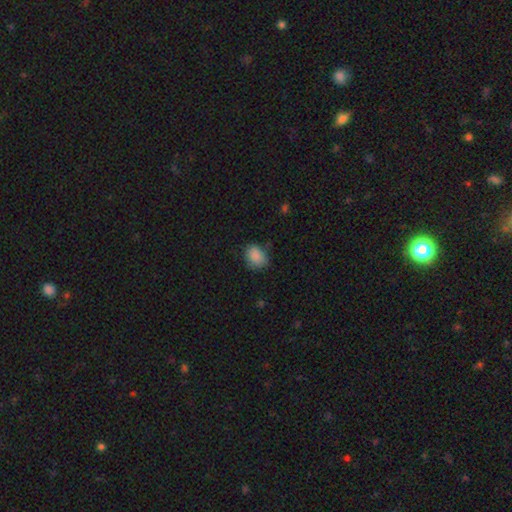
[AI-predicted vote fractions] A smooth galaxy with no disk features (86%) that is in between round and cigar-shaped (56%).

Vote fractions:
- Smooth or featured? smooth: 86% / star or artifact: 9% / featured or disk: 5%
- How rounded? in between: 56% / round: 43% / cigar-shaped: 1%
- Merging? none: 69% / minor disturbance: 24% / major disturbance: 5% / merger: 2%